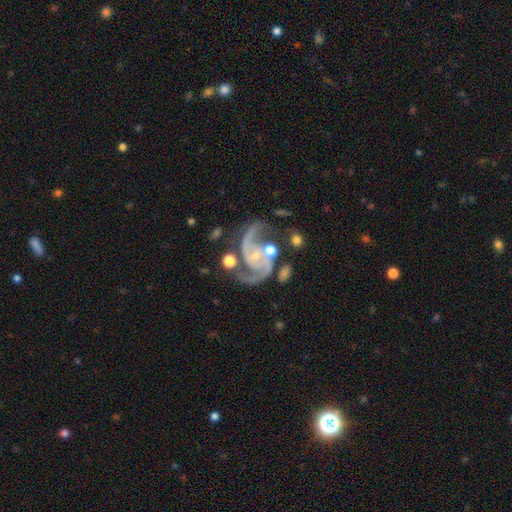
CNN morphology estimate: This appears to be a featured or disk galaxy (93%) with no bar (53%), 2 (89%) medium (60%) spiral arms (98%) and a small central bulge (72%). Merging: none (55%).